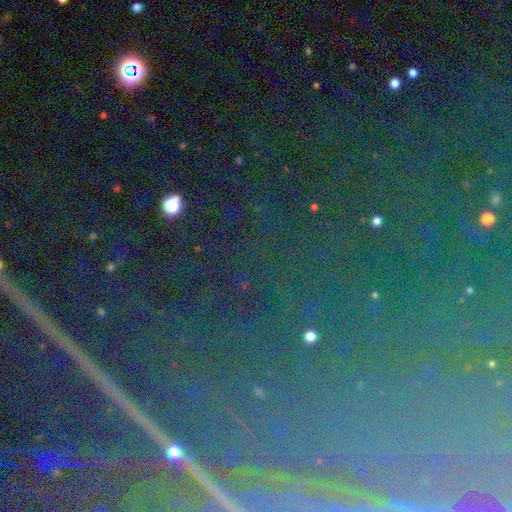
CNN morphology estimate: Smooth or featured: star or artifact — 83% (smooth — 9%)